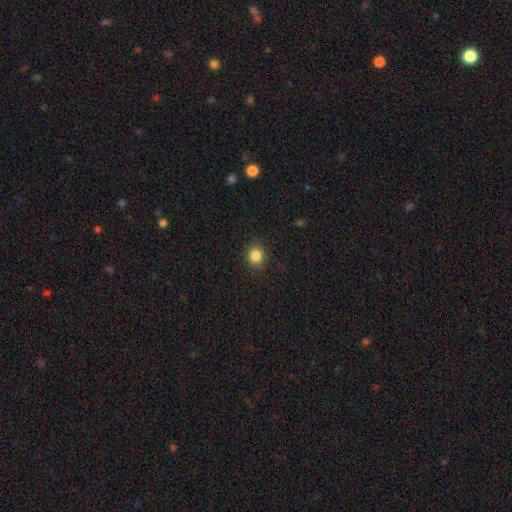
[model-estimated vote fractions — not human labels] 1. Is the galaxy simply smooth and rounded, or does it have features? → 86% smooth, 10% star or artifact, 4% featured or disk.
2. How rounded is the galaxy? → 75% round, 25% in between, 1% cigar-shaped.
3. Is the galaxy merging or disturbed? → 90% none, 7% minor disturbance, 2% major disturbance, 1% merger.